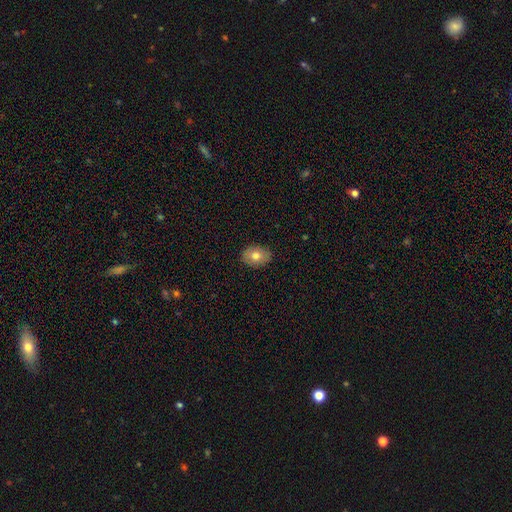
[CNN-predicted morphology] type=smooth (76%); roundness=in between (70%); merging=none (88%).